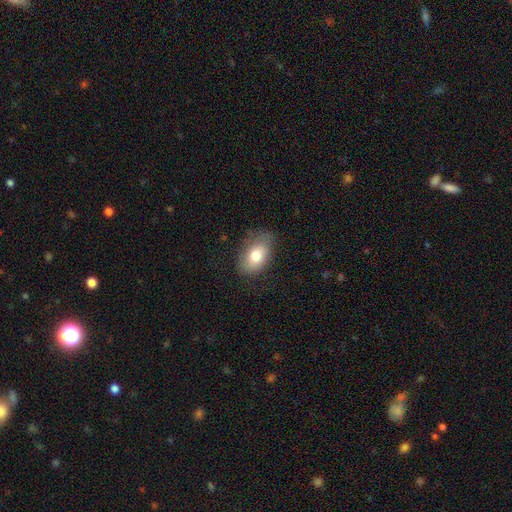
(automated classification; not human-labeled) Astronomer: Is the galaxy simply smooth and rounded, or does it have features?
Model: smooth — 78%.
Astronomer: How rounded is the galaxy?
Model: in between — 89%.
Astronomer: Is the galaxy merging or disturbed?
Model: none — 69%.